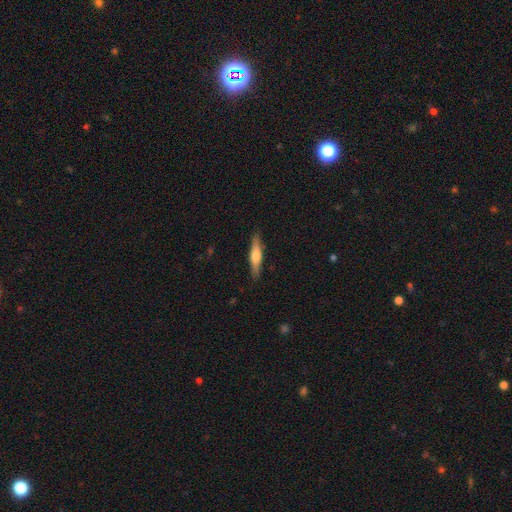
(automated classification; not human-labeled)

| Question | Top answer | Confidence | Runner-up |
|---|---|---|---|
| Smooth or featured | smooth | 49% | featured or disk (45%) |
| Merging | none | 88% | minor disturbance (9%) |